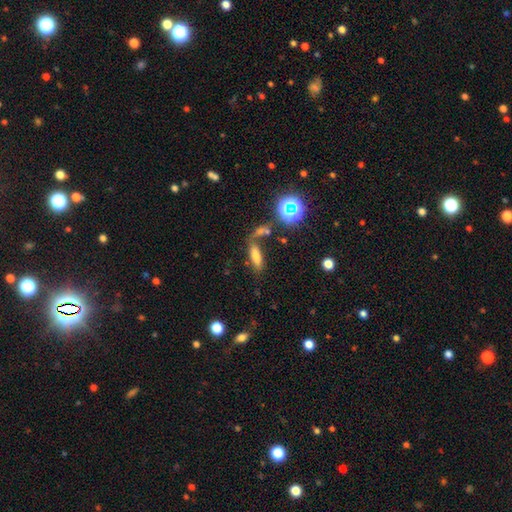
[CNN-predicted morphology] A smooth galaxy with no disk features (69%) that is in between round and cigar-shaped (57%).

Vote fractions:
- Smooth or featured? smooth: 69% / star or artifact: 19% / featured or disk: 12%
- How rounded? in between: 57% / cigar-shaped: 38% / round: 6%
- Merging? none: 56% / merger: 22% / minor disturbance: 14% / major disturbance: 7%